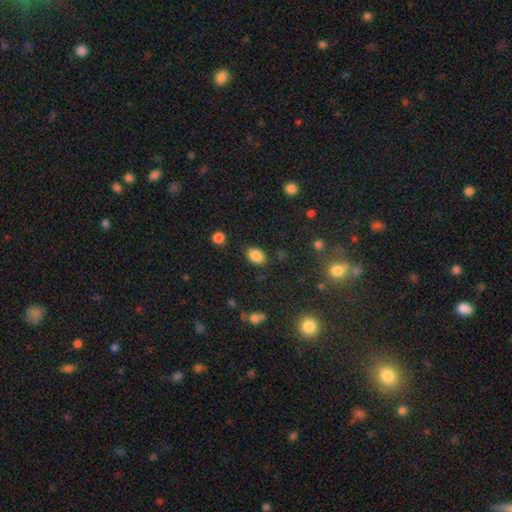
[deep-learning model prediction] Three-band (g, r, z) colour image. It shows a smooth galaxy with no disk features (86%) that is in between round and cigar-shaped (81%). Merging: none (83%).